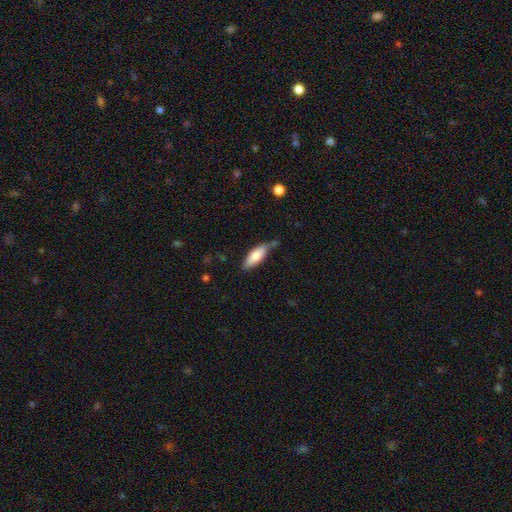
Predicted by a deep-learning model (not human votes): Overall: smooth (75%). How rounded: in between (68%; cigar-shaped 30%). Merging: none (62%; minor disturbance 26%).